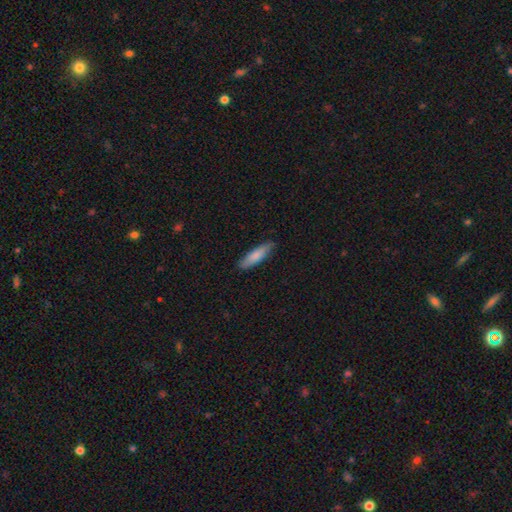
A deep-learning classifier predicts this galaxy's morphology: Q: Smooth or featured?
A: smooth (82%); runner-up: featured or disk (12%)
Q: How rounded?
A: cigar-shaped (69%); runner-up: in between (30%)
Q: Merging?
A: none (86%); runner-up: minor disturbance (11%)